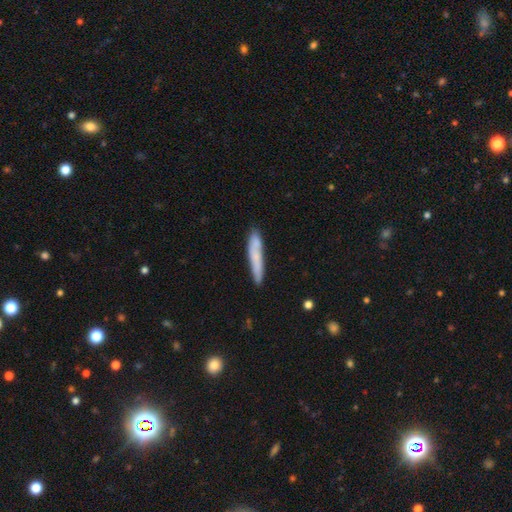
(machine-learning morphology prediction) Smooth or featured? smooth (68%)
How rounded? cigar-shaped (92%)
Merging? none (79%)